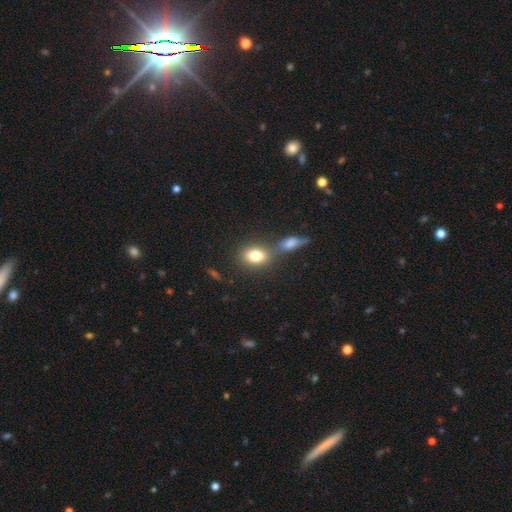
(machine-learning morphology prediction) The model was most divided on "merging": none: 52%, merger: 32%, minor disturbance: 11%, major disturbance: 4%. More confident: smooth or featured — smooth (79%); how rounded — in between (67%).